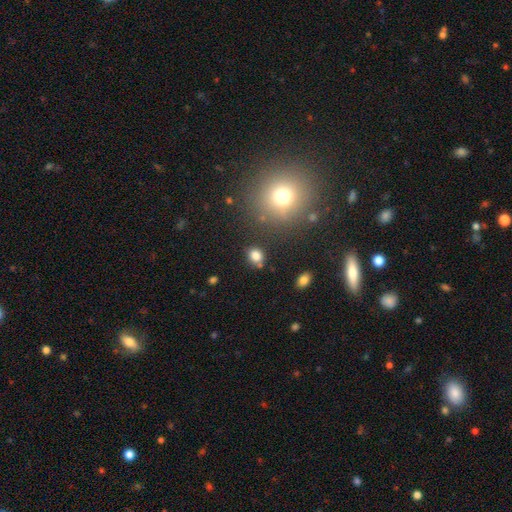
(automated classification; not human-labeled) This appears to be a smooth galaxy with no disk features (81%) that is round (59%). Merging: none (78%).